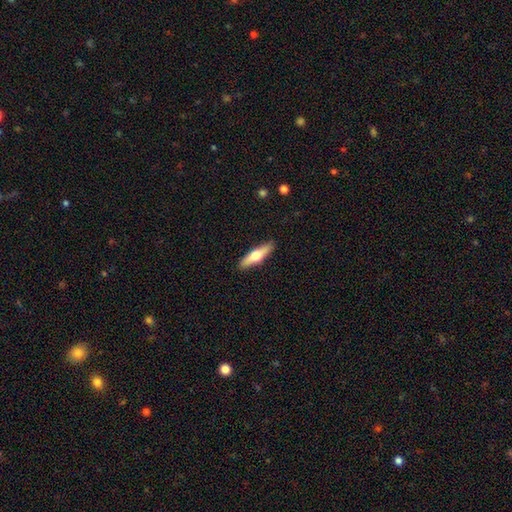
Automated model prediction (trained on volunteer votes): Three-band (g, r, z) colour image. It shows a featured or disk galaxy (48%). Merging: none (90%).